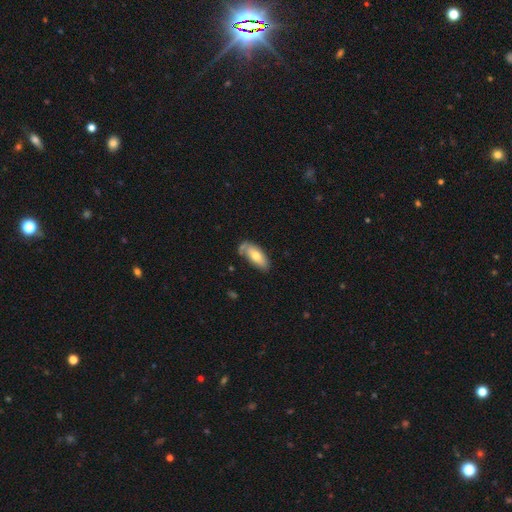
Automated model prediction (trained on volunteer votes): Smooth or featured? Predicted: smooth (p=0.68). How rounded? Predicted: in between (p=0.85). Merging? Predicted: none (p=0.55).